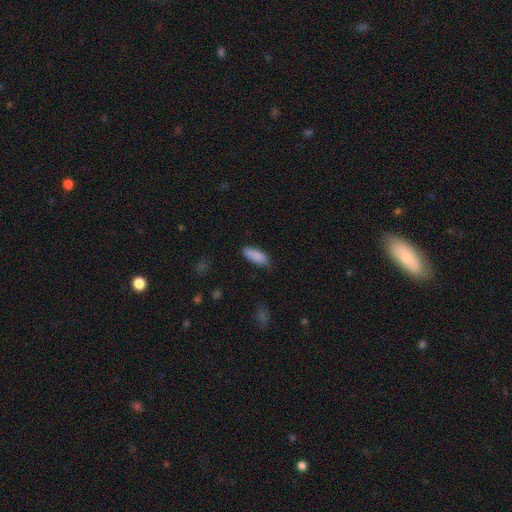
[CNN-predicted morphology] type=smooth (88%); roundness=in between (77%); merging=none (69%).